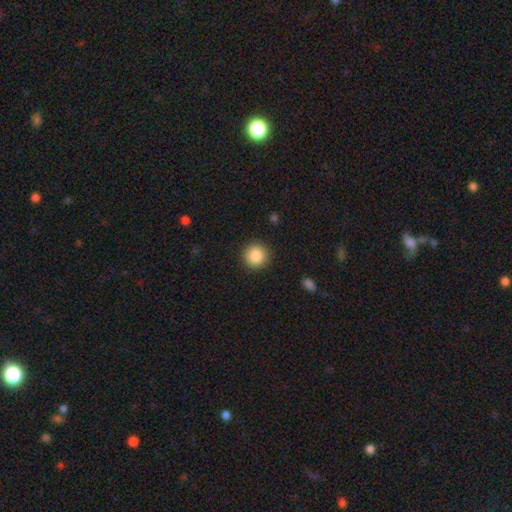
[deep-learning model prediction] Morphology: type=smooth (88%); roundness=round (95%); merging=none (92%).